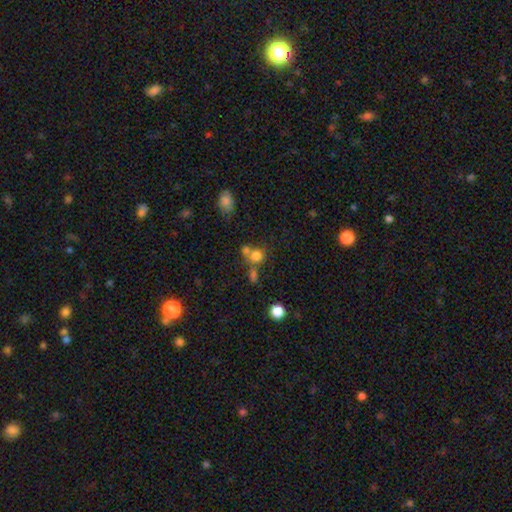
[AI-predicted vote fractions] Smooth or featured?
  - smooth: 76% *
  - star or artifact: 14%
  - featured or disk: 10%
How rounded?
  - round: 80% *
  - in between: 19%
  - cigar-shaped: 1%
Merging?
  - none: 46% *
  - merger: 39%
  - minor disturbance: 10%
  - major disturbance: 5%